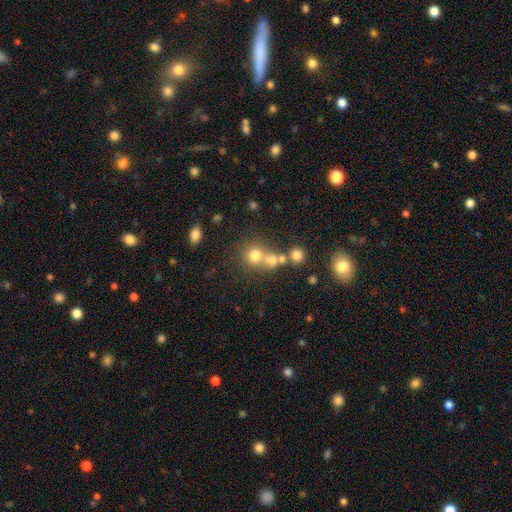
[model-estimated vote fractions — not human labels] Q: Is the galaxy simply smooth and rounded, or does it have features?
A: smooth — 68%.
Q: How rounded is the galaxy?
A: round — 83%.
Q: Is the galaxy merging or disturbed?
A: none — 45%.